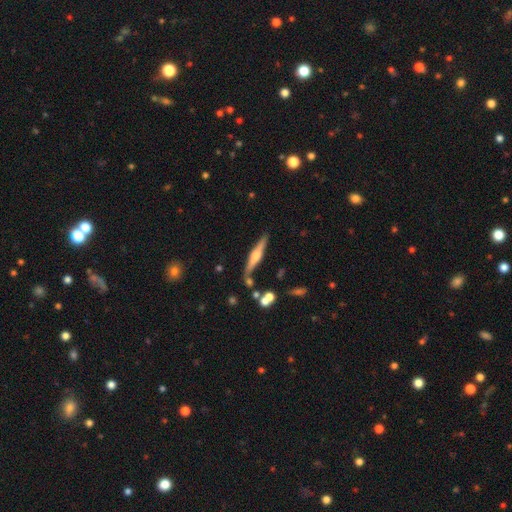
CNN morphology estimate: This is likely a featured or disk galaxy (67%). It is clearly viewed edge-on (96%). Edge-on bulge: clearly rounded (80%). Merging: likely none (80%).